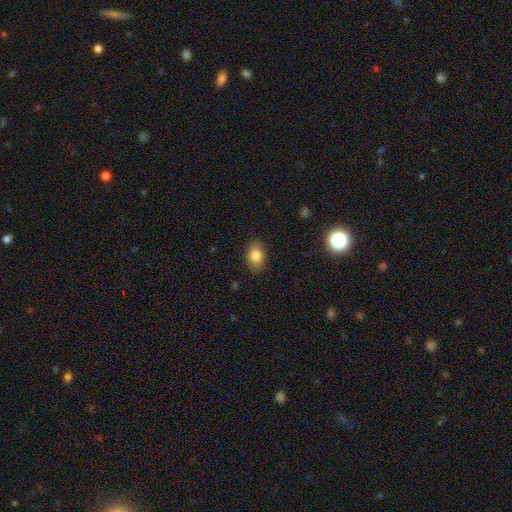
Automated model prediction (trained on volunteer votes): smooth 81%, star or artifact 10%, featured or disk 9%. Down the decision tree: how rounded — in between (81%); merging — none (86%).